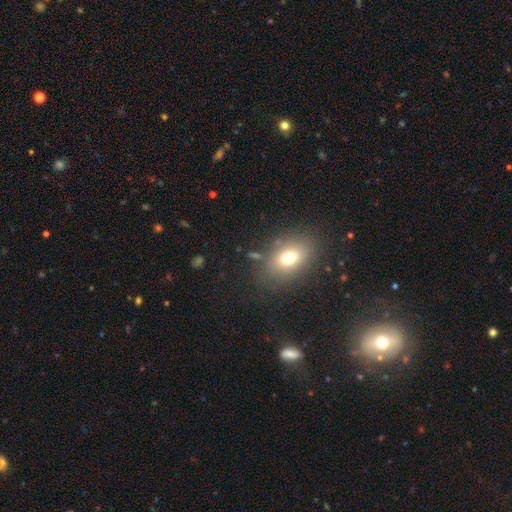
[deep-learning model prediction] Q: Smooth or featured?
A: smooth (69%); runner-up: star or artifact (17%)
Q: How rounded?
A: in between (71%); runner-up: round (27%)
Q: Merging?
A: none (82%); runner-up: minor disturbance (11%)